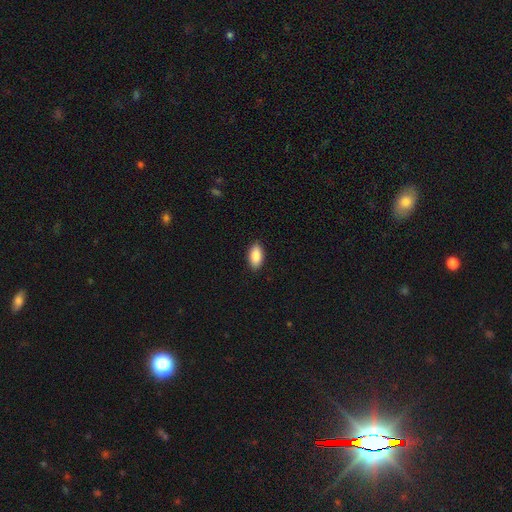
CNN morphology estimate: A smooth galaxy with no disk features (88%) that is in between round and cigar-shaped (92%).

Vote fractions:
- Smooth or featured? smooth: 88% / star or artifact: 6% / featured or disk: 6%
- How rounded? in between: 92% / cigar-shaped: 5% / round: 3%
- Merging? none: 89% / minor disturbance: 8% / major disturbance: 2% / merger: 1%